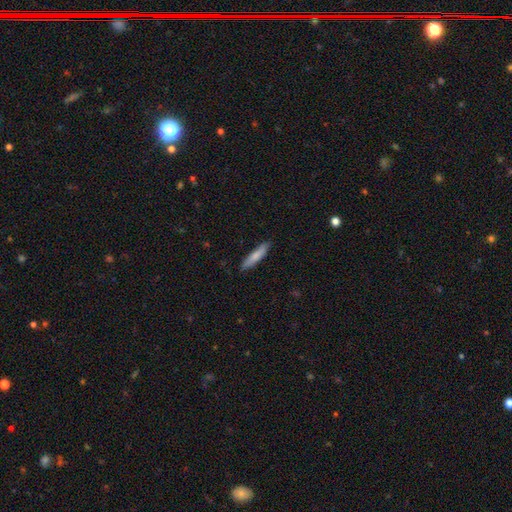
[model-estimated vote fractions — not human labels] This appears to be a smooth galaxy with no disk features (76%) that is cigar-shaped (86%). Merging: none (87%).